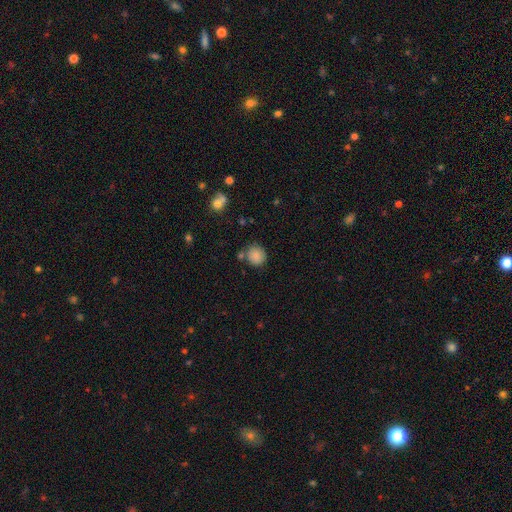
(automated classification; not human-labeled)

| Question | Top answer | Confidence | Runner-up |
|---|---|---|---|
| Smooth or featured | smooth | 86% | star or artifact (9%) |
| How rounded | round | 85% | in between (14%) |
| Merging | none | 75% | minor disturbance (13%) |